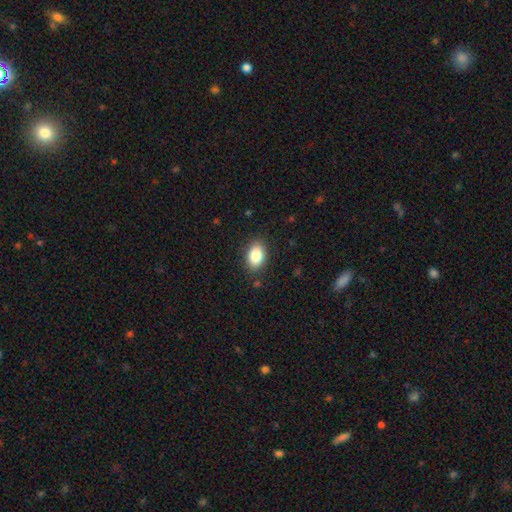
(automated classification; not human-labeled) The model was most divided on "how rounded": in between: 85%, round: 14%, cigar-shaped: 1%. More confident: merging — none (86%); smooth or featured — smooth (85%).